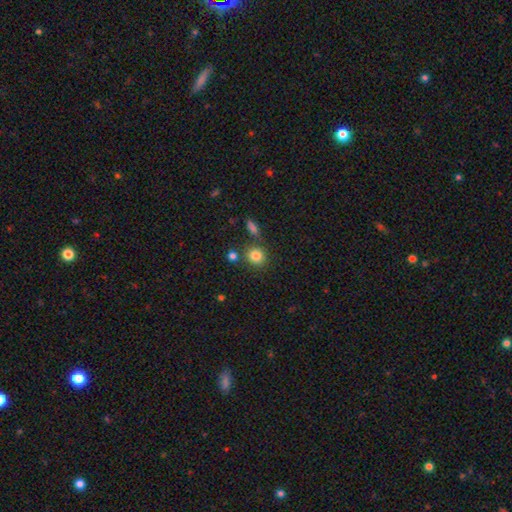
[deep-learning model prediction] Smooth or featured? smooth (82%)
How rounded? round (84%)
Merging? none (76%)